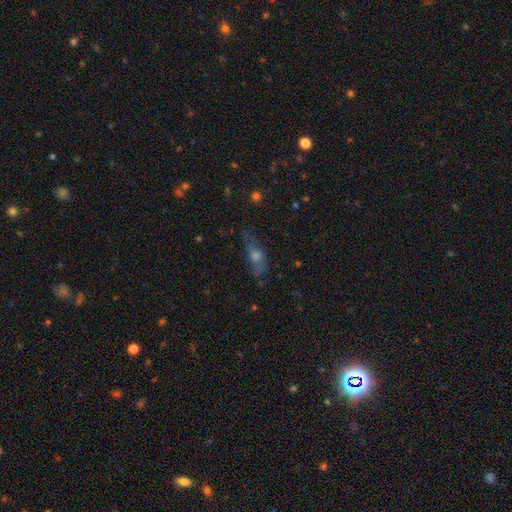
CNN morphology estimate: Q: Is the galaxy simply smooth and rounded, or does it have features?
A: smooth — 41%.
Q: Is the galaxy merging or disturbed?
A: none — 60%.